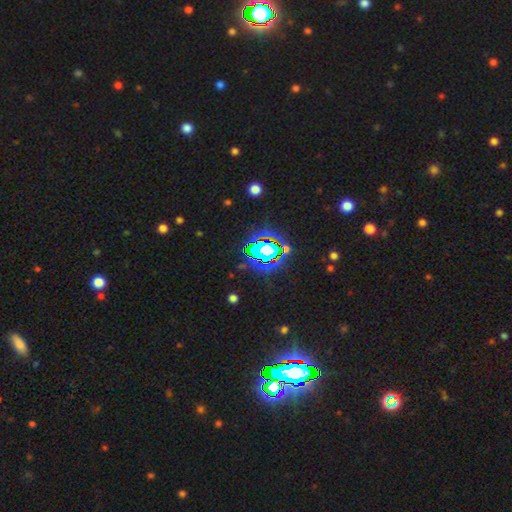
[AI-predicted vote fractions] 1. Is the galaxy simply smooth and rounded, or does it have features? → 83% star or artifact, 9% smooth, 8% featured or disk.